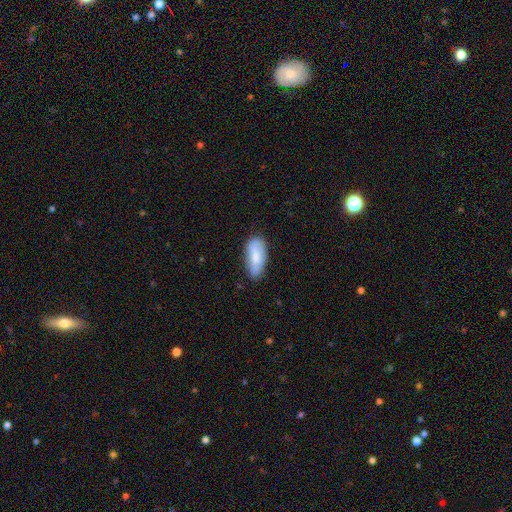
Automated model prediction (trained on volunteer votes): This is likely a smooth galaxy (74%). How rounded: clearly in between (83%). Merging: likely none (70%).